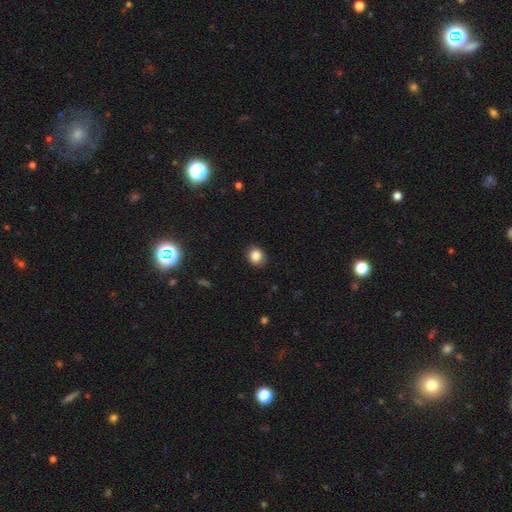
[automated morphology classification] This appears to be a smooth galaxy with no disk features (85%) that is round (61%). Merging: none (88%).